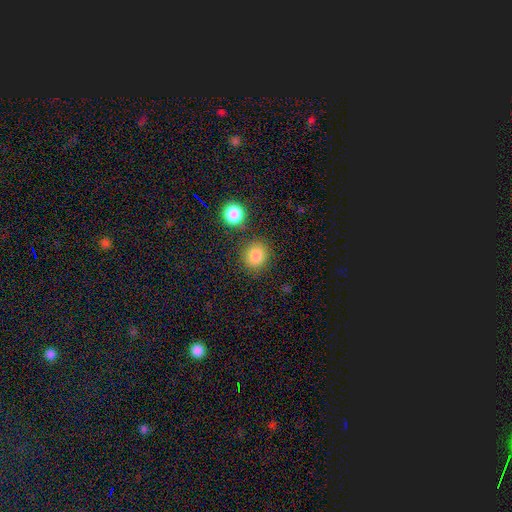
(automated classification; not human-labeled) Q: Smooth or featured?
A: smooth (85%); runner-up: star or artifact (10%)
Q: How rounded?
A: round (82%); runner-up: in between (17%)
Q: Merging?
A: none (80%); runner-up: minor disturbance (9%)